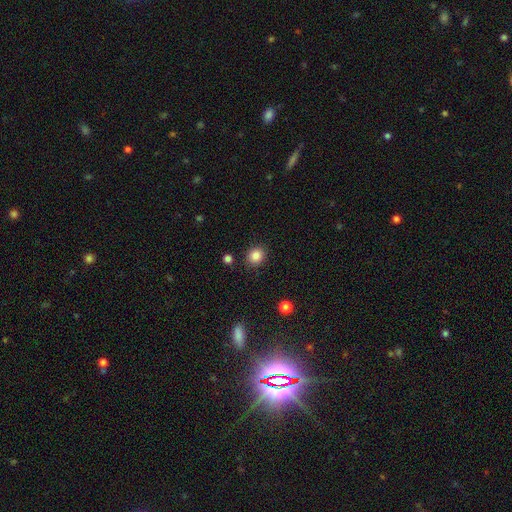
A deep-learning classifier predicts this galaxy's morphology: smooth_or_featured: smooth (p=0.85) [alt: star or artifact p=0.10]
how_rounded: round (p=0.74) [alt: in between p=0.25]
merging: none (p=0.88) [alt: minor disturbance p=0.08]